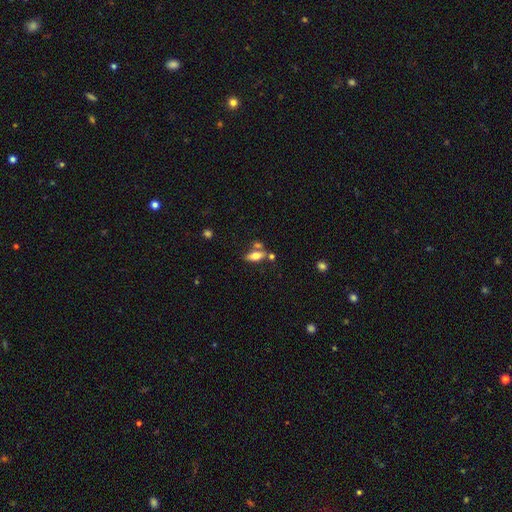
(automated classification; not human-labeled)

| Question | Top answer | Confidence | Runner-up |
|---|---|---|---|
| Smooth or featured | smooth | 64% | featured or disk (28%) |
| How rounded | in between | 74% | cigar-shaped (22%) |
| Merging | none | 61% | merger (21%) |